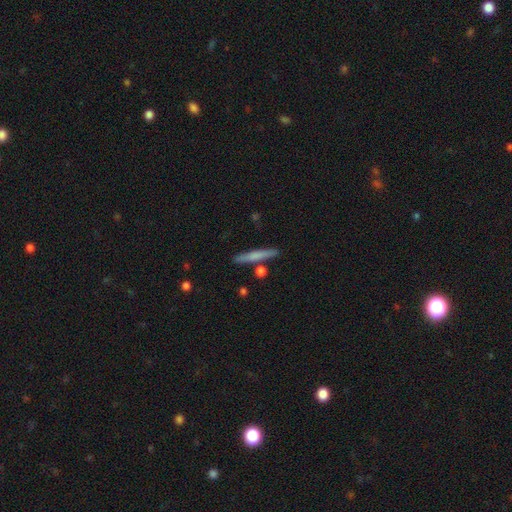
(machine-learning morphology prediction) Smooth or featured: smooth — 63% (featured or disk — 31%)
How rounded: cigar-shaped — 94% (in between — 4%)
Merging: none — 84% (minor disturbance — 8%)